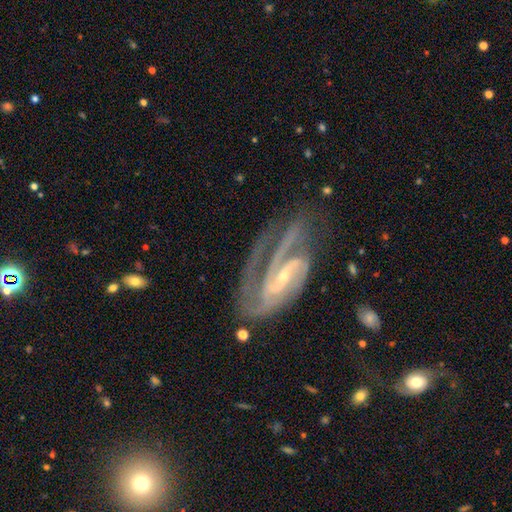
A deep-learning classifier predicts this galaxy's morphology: Q: Smooth or featured?
A: featured or disk (88%); runner-up: star or artifact (7%)
Q: Edge-on disk?
A: no (94%); runner-up: yes (6%)
Q: Bar?
A: strong (39%); runner-up: weak (37%)
Q: Spiral arms?
A: yes (97%); runner-up: no (3%)
Q: Spiral winding?
A: tight (46%); runner-up: medium (43%)
Q: Spiral arm count?
A: 2 (50%); runner-up: 3 (20%)
Q: Bulge size?
A: small (74%); runner-up: moderate (19%)
Q: Merging?
A: none (58%); runner-up: minor disturbance (20%)